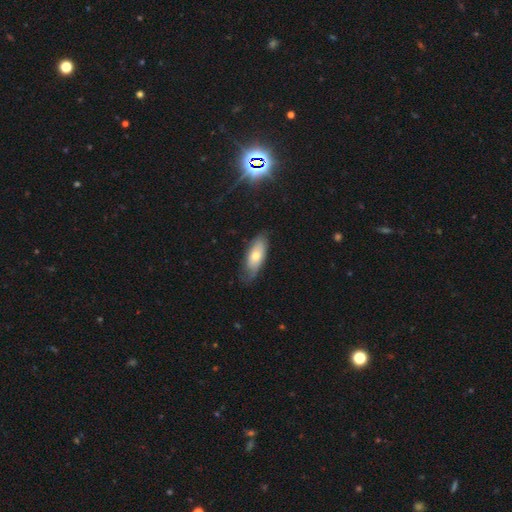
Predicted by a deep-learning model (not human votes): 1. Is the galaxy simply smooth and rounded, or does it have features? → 60% smooth, 33% featured or disk, 6% star or artifact.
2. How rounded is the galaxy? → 77% in between, 20% cigar-shaped, 3% round.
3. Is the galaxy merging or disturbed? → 66% none, 26% minor disturbance, 6% major disturbance, 1% merger.